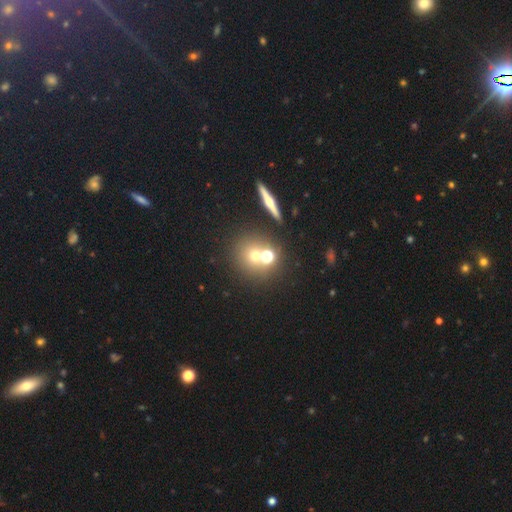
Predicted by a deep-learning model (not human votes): smooth-or-featured: smooth: 57% | star or artifact: 23% | featured or disk: 20%
  how-rounded: round: 88% | in between: 10% | cigar-shaped: 2%
  merging: none: 60% | merger: 29% | minor disturbance: 8% | major disturbance: 3%